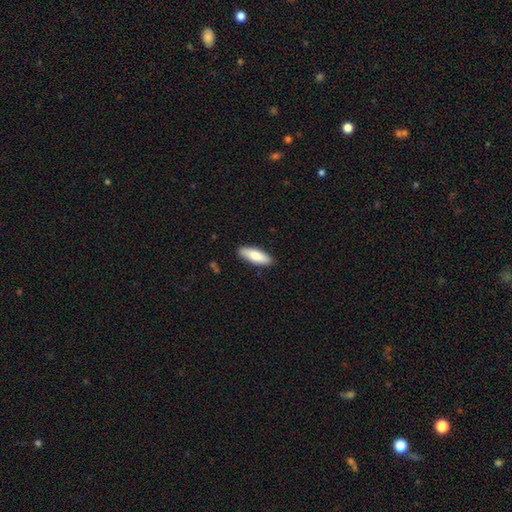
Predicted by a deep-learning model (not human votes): smooth 82%, featured or disk 13%, star or artifact 5%. Down the decision tree: how rounded — in between (57%); merging — none (89%).